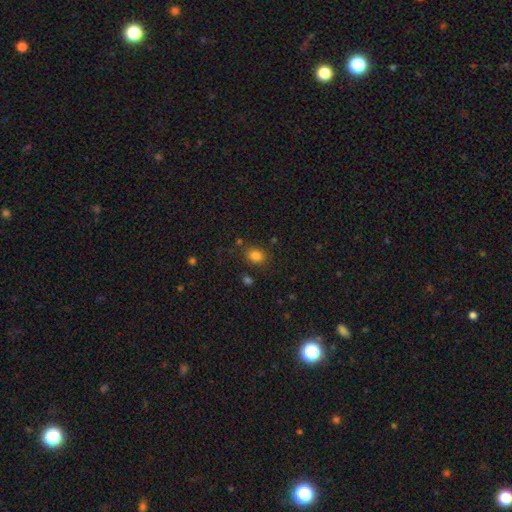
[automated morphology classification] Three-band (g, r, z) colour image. It shows a smooth galaxy with no disk features (82%) that is in between round and cigar-shaped (55%). Merging: none (81%).